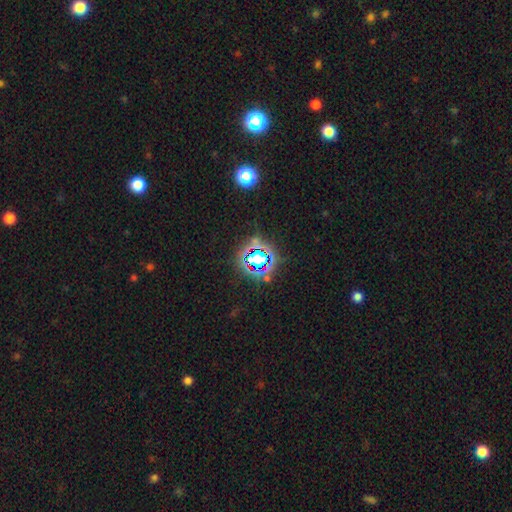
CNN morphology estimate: Q: Smooth or featured?
A: star or artifact (70%); runner-up: smooth (20%)